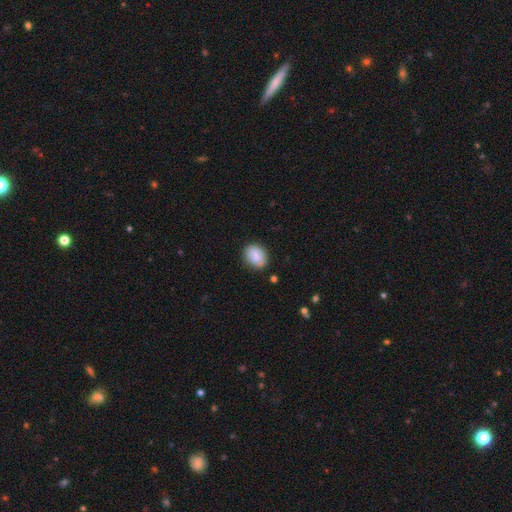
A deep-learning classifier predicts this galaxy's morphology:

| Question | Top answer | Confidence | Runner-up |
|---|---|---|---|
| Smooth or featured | smooth | 79% | featured or disk (14%) |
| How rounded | in between | 52% | round (47%) |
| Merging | none | 81% | minor disturbance (14%) |